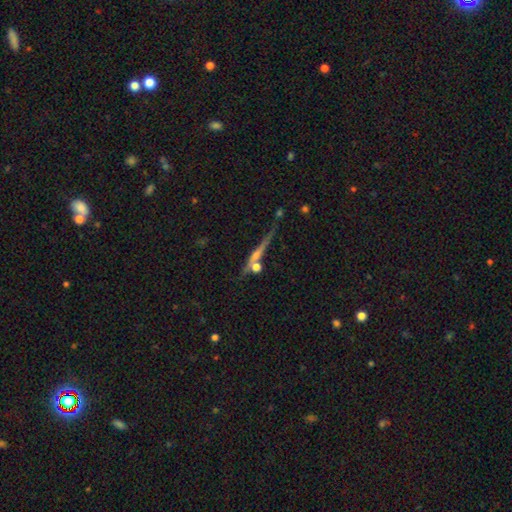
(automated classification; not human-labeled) featured or disk 59%, smooth 28%, star or artifact 13%. Down the decision tree: edge-on disk — yes (92%); edge-on bulge — rounded (55%); merging — none (67%).